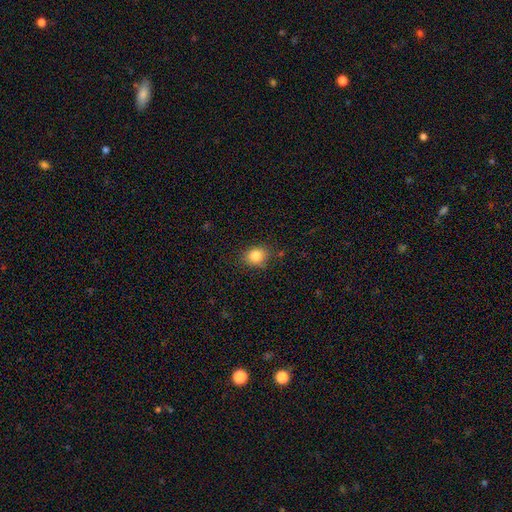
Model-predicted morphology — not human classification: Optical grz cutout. It shows a smooth galaxy with no disk features (83%) that is round (61%). Merging: none (80%).